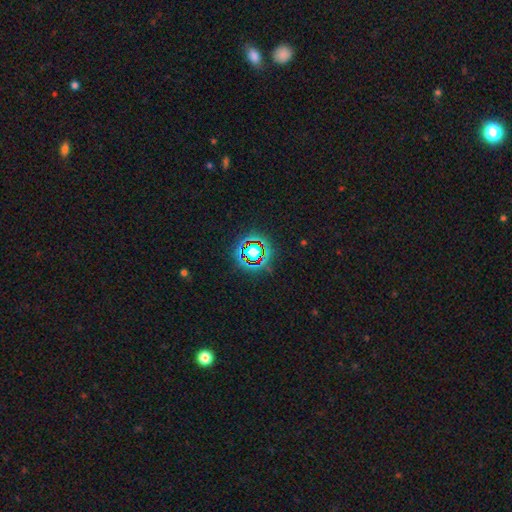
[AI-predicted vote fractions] Morphology: type=star or artifact (72%).